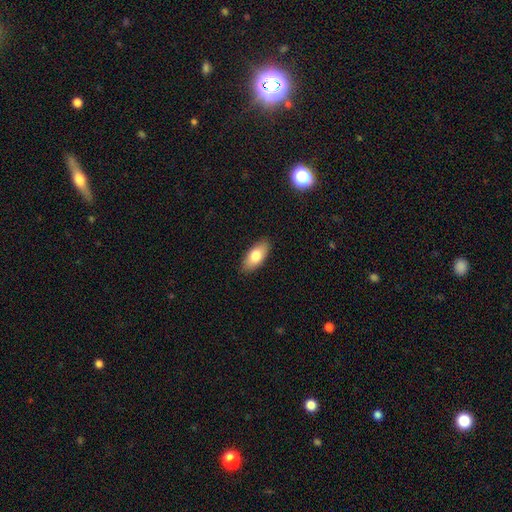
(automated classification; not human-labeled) A smooth galaxy with no disk features (79%) that is in between round and cigar-shaped (88%). Merging: none (88%).